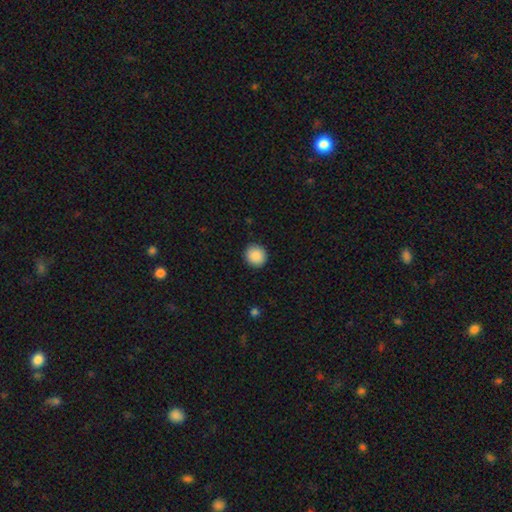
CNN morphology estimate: Overall: smooth (90%). How rounded: round (90%). Merging: none (92%).